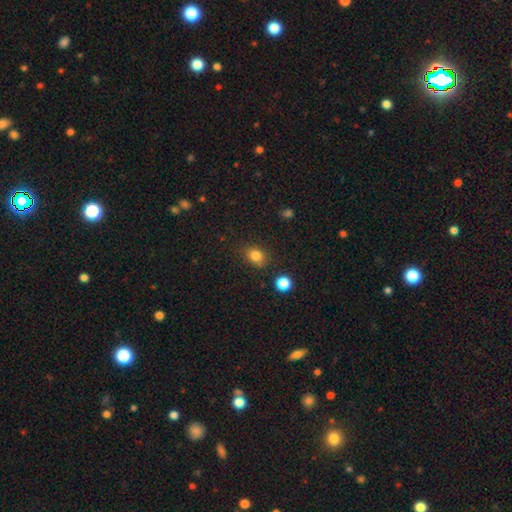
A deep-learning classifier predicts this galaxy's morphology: This appears to be a smooth galaxy with no disk features (83%) that is in between round and cigar-shaped (55%). Merging: none (81%).